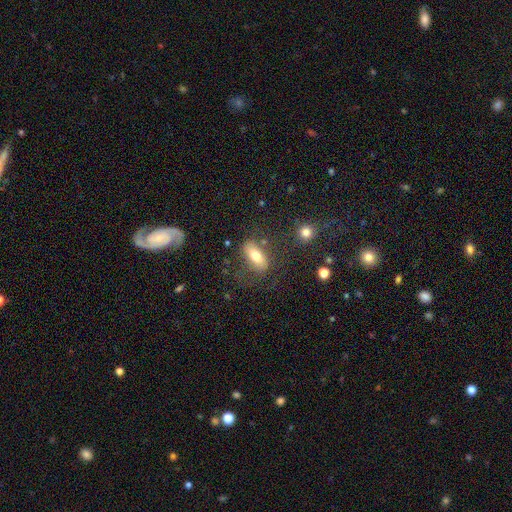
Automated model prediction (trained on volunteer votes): A smooth galaxy with no disk features (69%) that is in between round and cigar-shaped (83%). Merging: none (59%).